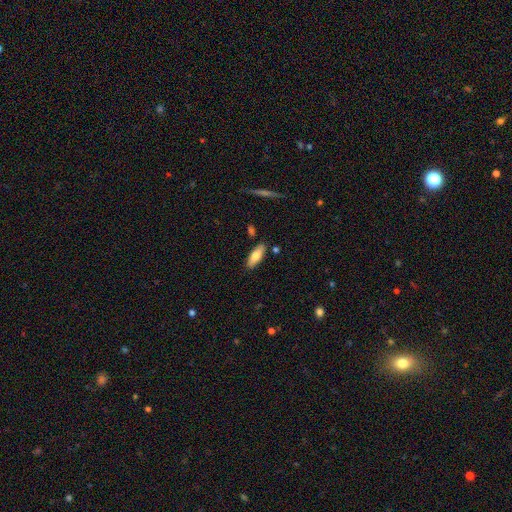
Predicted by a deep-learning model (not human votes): This is likely a smooth galaxy (77%). How rounded: likely in between (70%). Merging: clearly none (84%).